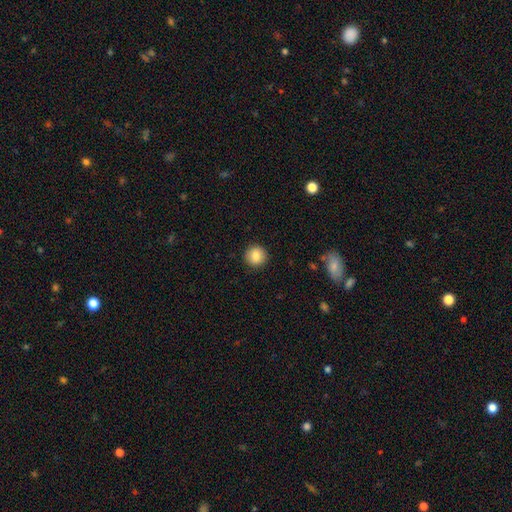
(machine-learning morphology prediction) Overall: smooth (85%). How rounded: round (93%). Merging: none (91%).